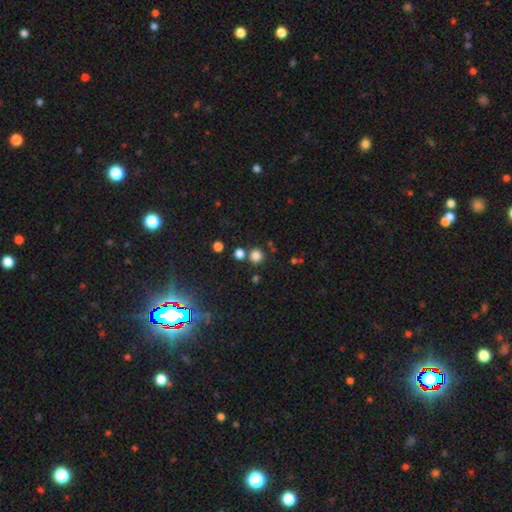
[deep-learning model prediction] Smooth or featured? smooth (78%)
How rounded? round (93%)
Merging? none (76%)